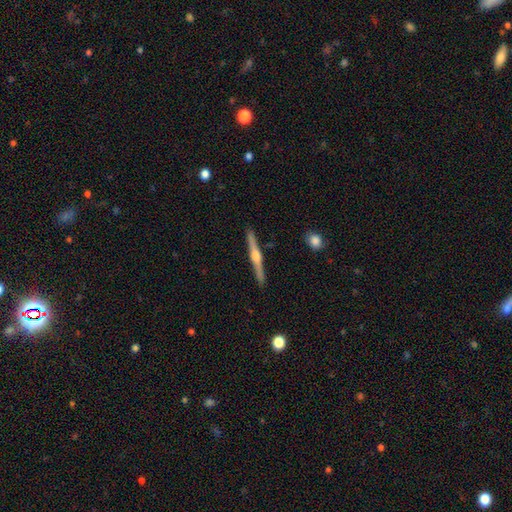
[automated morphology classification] Smooth or featured?
  - featured or disk: 79% *
  - smooth: 15%
  - star or artifact: 5%
Edge-on disk?
  - yes: 98% *
  - no: 2%
Edge-on bulge?
  - rounded: 91% *
  - boxy: 5%
  - none: 4%
Merging?
  - none: 92% *
  - minor disturbance: 6%
  - major disturbance: 1%
  - merger: 1%